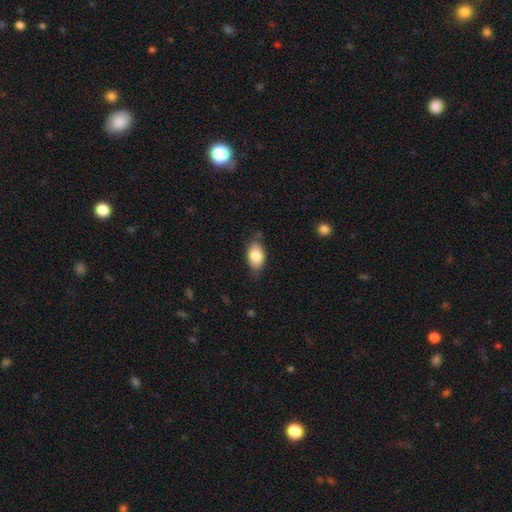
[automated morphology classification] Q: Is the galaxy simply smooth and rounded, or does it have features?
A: smooth — 83%.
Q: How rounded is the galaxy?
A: in between — 90%.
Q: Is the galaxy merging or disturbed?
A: none — 73%.